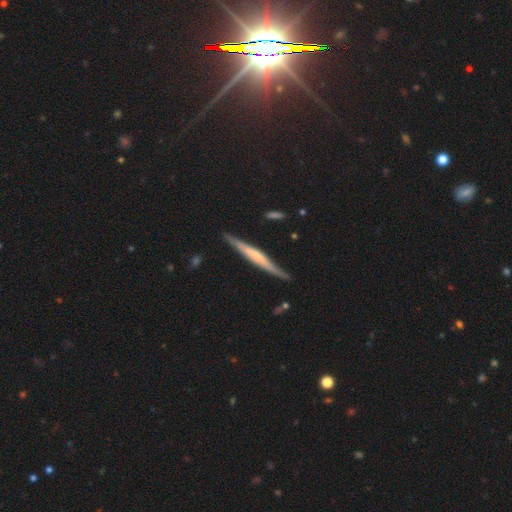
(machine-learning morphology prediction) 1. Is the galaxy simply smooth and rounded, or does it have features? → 63% featured or disk, 31% smooth, 6% star or artifact.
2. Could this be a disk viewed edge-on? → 96% yes, 4% no.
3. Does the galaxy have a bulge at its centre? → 41% none, 33% rounded, 26% boxy.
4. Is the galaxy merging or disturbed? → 85% none, 12% minor disturbance, 2% major disturbance, 2% merger.